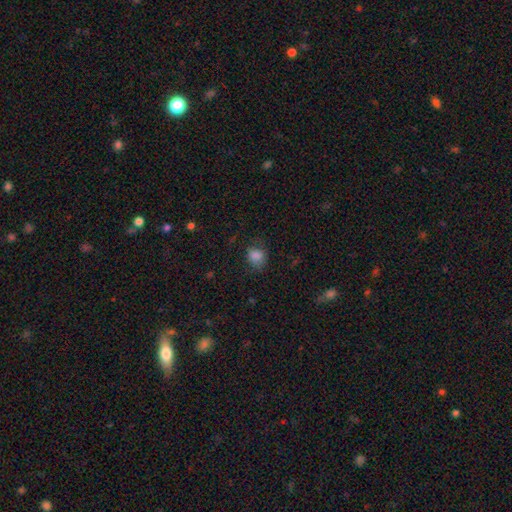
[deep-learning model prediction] Overall: smooth (82%). How rounded: round (62%; in between 37%). Merging: none (68%).